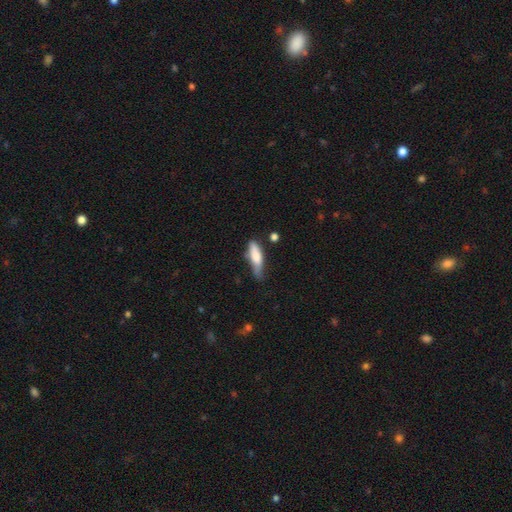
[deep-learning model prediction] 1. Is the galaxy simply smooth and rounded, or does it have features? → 74% smooth, 19% featured or disk, 6% star or artifact.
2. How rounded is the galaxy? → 55% cigar-shaped, 43% in between, 2% round.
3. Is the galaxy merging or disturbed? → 45% none, 38% minor disturbance, 11% major disturbance, 6% merger.